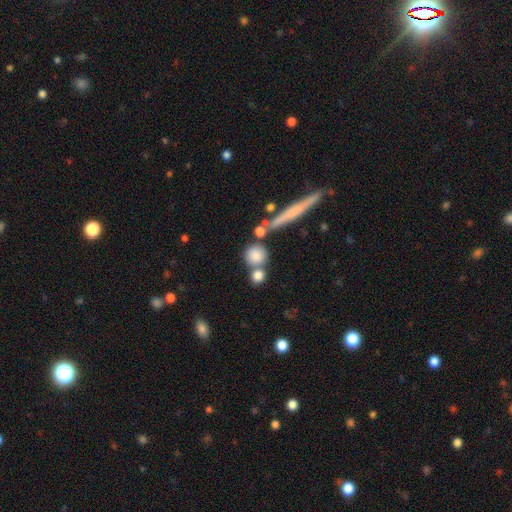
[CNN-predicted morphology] Q: Smooth or featured?
A: smooth (81%); runner-up: featured or disk (10%)
Q: How rounded?
A: round (84%); runner-up: in between (10%)
Q: Merging?
A: none (61%); runner-up: merger (25%)